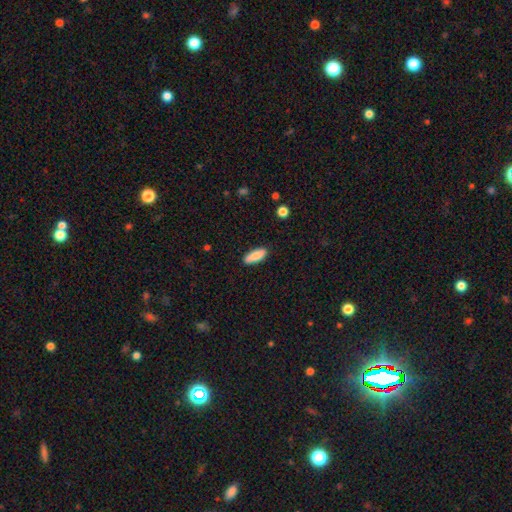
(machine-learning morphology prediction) smooth 84%, featured or disk 10%, star or artifact 6%. Down the decision tree: how rounded — in between (75%); merging — none (87%).